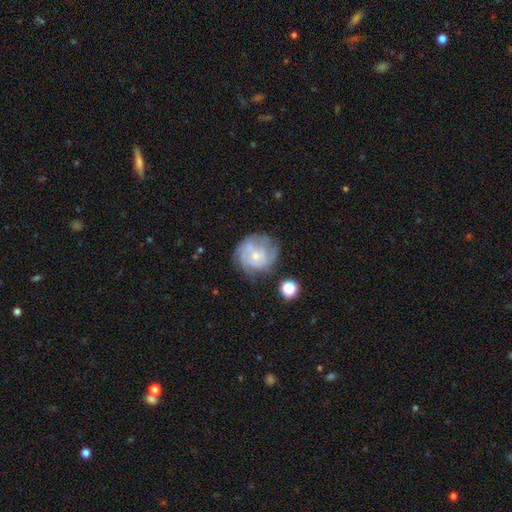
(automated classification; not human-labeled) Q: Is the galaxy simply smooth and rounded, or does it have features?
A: featured or disk — 66%.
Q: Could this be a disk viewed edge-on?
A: no — 98%.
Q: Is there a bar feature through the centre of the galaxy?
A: no — 77%.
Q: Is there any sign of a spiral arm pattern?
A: yes — 79%.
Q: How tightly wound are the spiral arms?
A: tight — 58%.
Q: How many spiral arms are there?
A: can't tell — 46%.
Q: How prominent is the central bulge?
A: small — 68%.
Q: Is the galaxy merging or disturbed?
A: none — 59%.